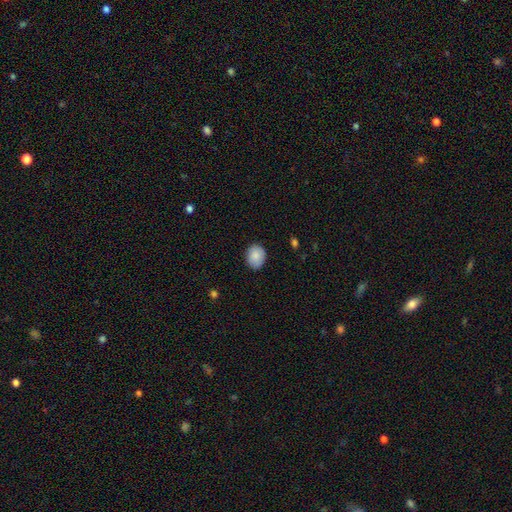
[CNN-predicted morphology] A smooth galaxy with no disk features (86%) that is round (51%).

Vote fractions:
- Smooth or featured? smooth: 86% / star or artifact: 7% / featured or disk: 7%
- How rounded? round: 51% / in between: 48% / cigar-shaped: 1%
- Merging? none: 84% / minor disturbance: 13% / major disturbance: 2% / merger: 1%